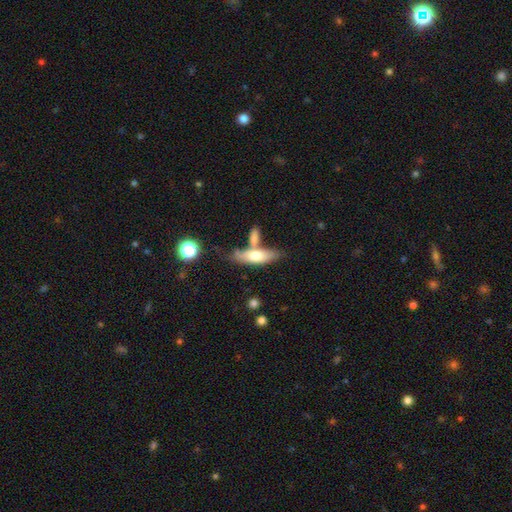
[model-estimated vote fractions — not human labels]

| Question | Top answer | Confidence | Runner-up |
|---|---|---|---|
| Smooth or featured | smooth | 63% | featured or disk (31%) |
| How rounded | cigar-shaped | 49% | in between (48%) |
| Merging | none | 50% | merger (29%) |